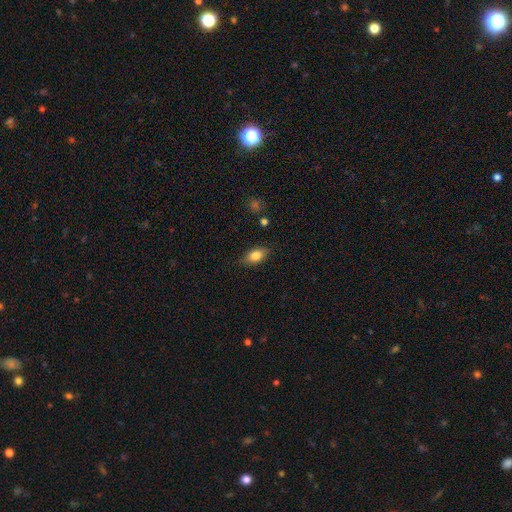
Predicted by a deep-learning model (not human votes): This appears to be a smooth galaxy with no disk features (80%) that is in between round and cigar-shaped (87%). Merging: none (84%).